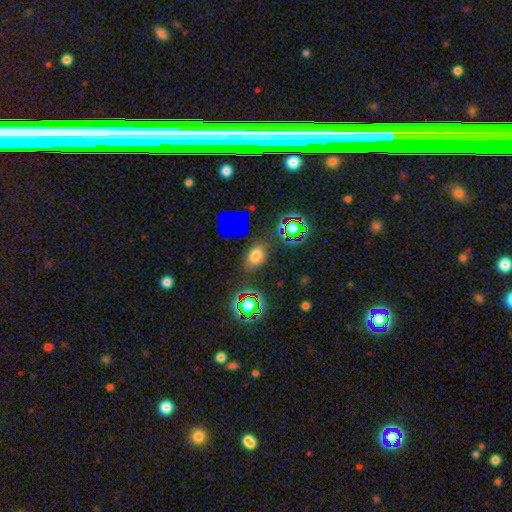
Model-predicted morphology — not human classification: Smooth or featured? smooth (57%)
How rounded? in between (75%)
Merging? none (72%)